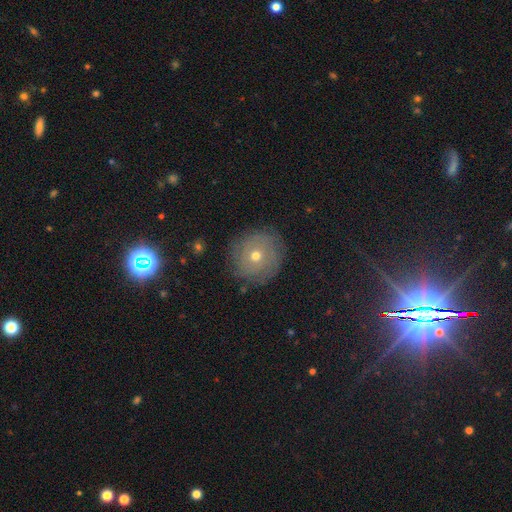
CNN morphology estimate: A featured or disk galaxy (52%). Merging: none (84%).